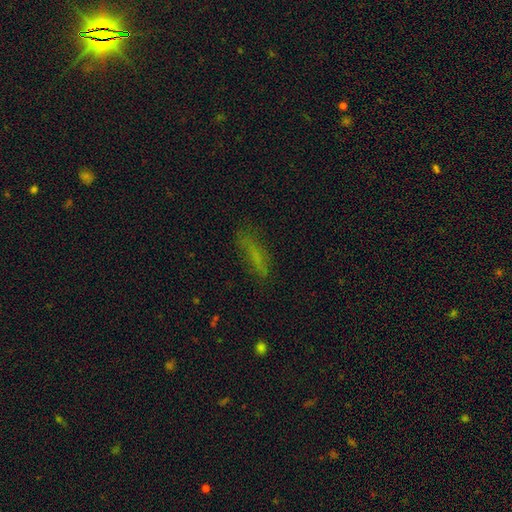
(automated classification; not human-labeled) This is likely a smooth galaxy (60%). How rounded: likely cigar-shaped (66%). Merging: likely none (67%).